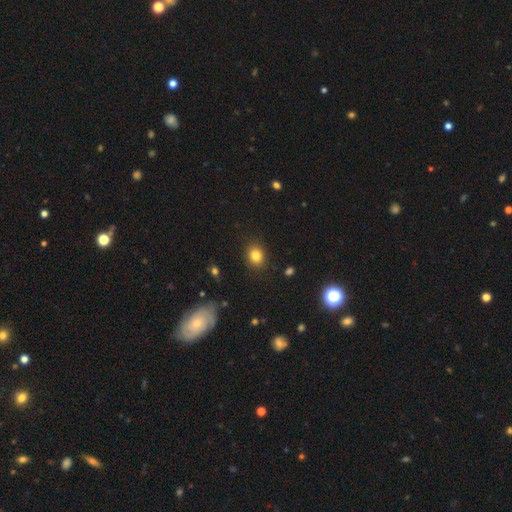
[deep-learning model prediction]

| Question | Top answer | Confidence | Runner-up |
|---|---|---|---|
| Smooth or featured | smooth | 82% | star or artifact (11%) |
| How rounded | round | 59% | in between (40%) |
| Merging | none | 88% | minor disturbance (8%) |